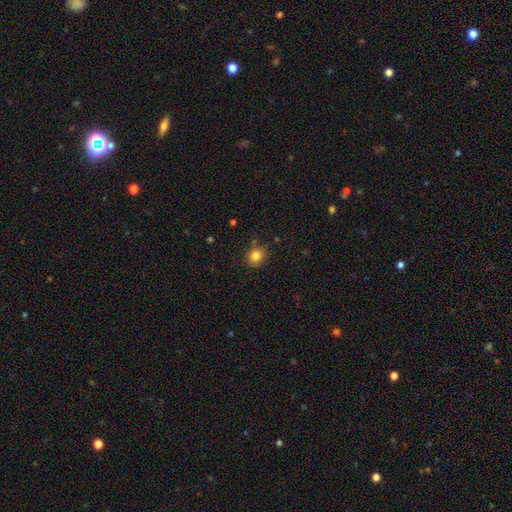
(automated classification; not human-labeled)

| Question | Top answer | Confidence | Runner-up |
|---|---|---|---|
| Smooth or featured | smooth | 82% | star or artifact (12%) |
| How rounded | round | 81% | in between (18%) |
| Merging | none | 84% | minor disturbance (12%) |